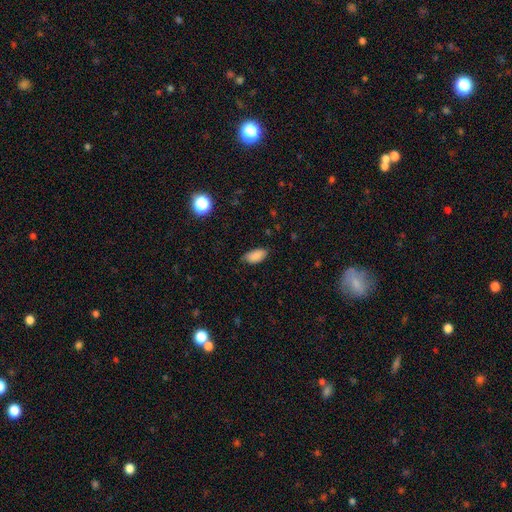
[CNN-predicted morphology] type=smooth (87%); roundness=in between (93%); merging=none (73%).